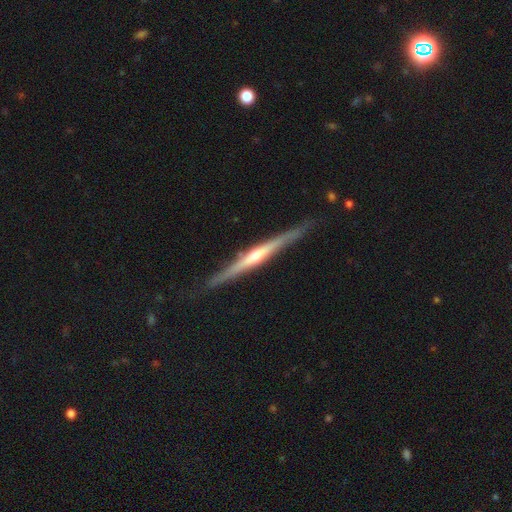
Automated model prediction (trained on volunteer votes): This is likely a featured or disk galaxy (80%). It is clearly viewed edge-on (98%). Edge-on bulge: likely rounded (71%). Merging: clearly none (85%).